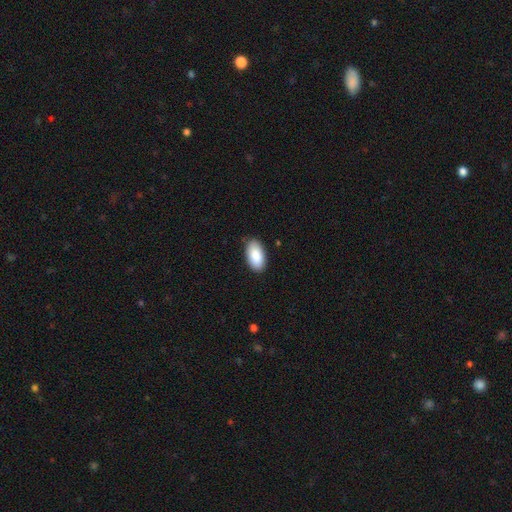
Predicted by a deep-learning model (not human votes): This appears to be a smooth galaxy with no disk features (89%) that is in between round and cigar-shaped (95%). Merging: none (86%).